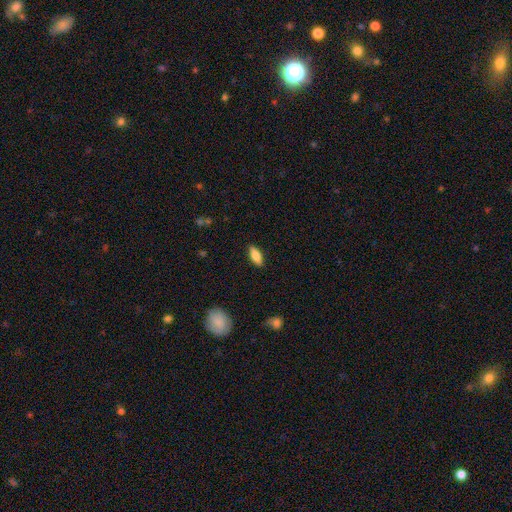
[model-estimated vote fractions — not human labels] Q: Smooth or featured?
A: smooth (77%); runner-up: featured or disk (17%)
Q: How rounded?
A: in between (71%); runner-up: cigar-shaped (26%)
Q: Merging?
A: none (87%); runner-up: minor disturbance (9%)